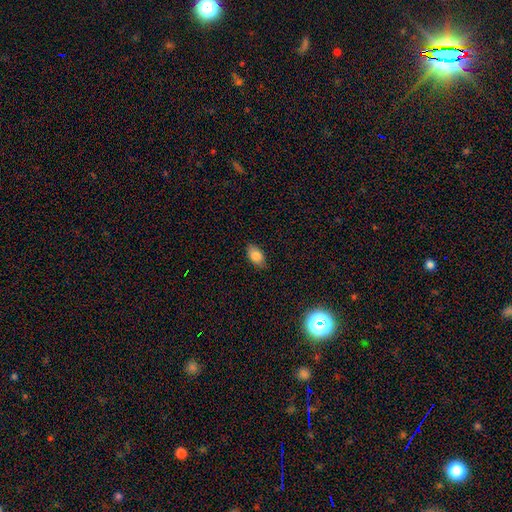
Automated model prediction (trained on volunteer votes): smooth_or_featured: smooth (p=0.83) [alt: featured or disk p=0.08]
how_rounded: in between (p=0.90) [alt: round p=0.07]
merging: none (p=0.83) [alt: minor disturbance p=0.13]